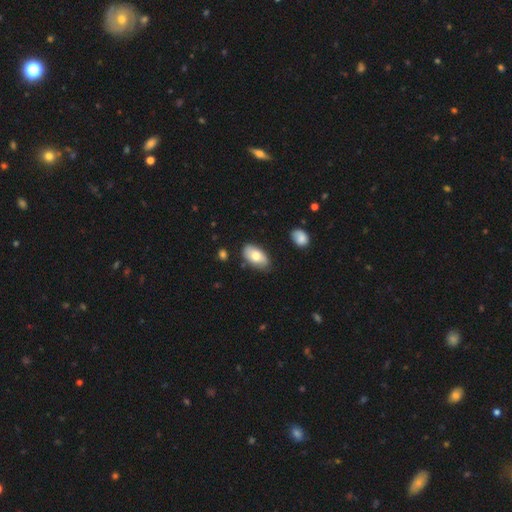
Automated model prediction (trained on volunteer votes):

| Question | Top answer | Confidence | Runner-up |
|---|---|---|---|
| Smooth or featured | smooth | 74% | featured or disk (20%) |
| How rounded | in between | 94% | round (4%) |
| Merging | none | 76% | minor disturbance (18%) |